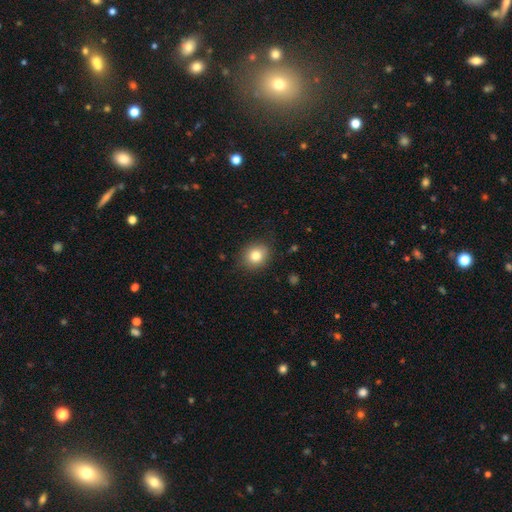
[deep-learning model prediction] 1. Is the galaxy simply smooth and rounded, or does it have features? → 81% smooth, 11% star or artifact, 9% featured or disk.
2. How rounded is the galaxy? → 73% round, 26% in between, 1% cigar-shaped.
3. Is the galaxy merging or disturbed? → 85% none, 11% minor disturbance, 3% major disturbance, 1% merger.